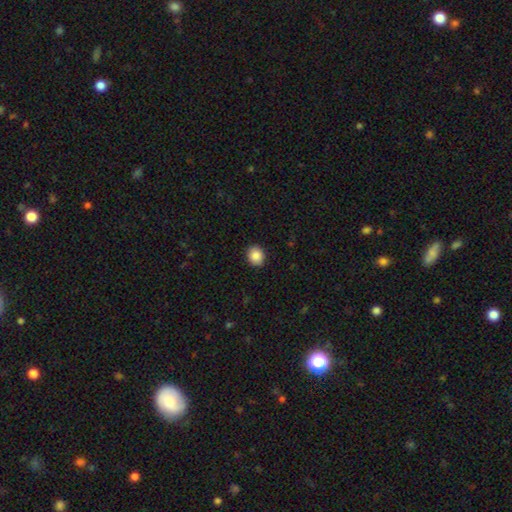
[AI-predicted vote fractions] A smooth galaxy with no disk features (87%) that is round (72%). Merging: none (91%).